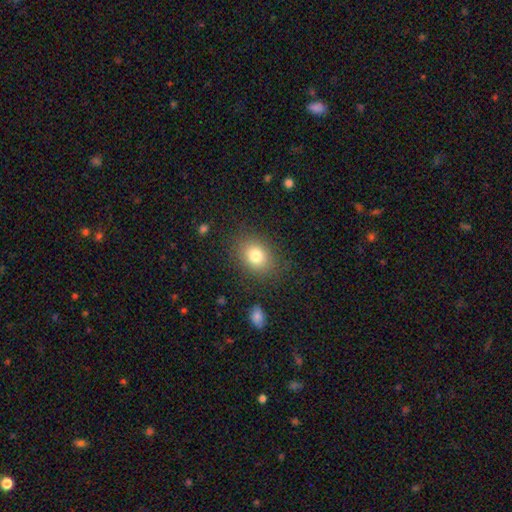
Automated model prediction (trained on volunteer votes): Smooth or featured? smooth (79%)
How rounded? in between (56%)
Merging? none (83%)